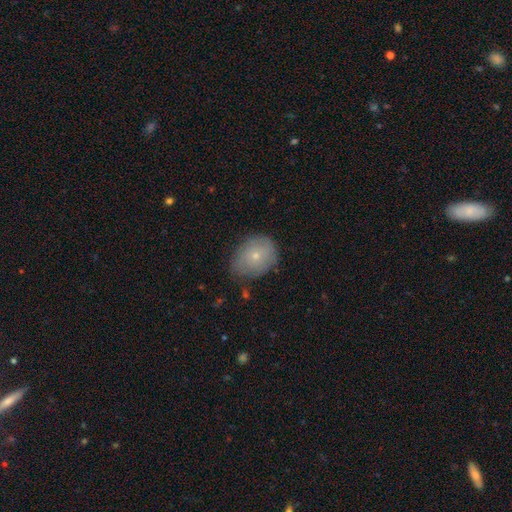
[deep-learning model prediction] smooth-or-featured: smooth: 67% | featured or disk: 24% | star or artifact: 8%
  how-rounded: round: 54% | in between: 45% | cigar-shaped: 1%
  merging: none: 64% | minor disturbance: 28% | major disturbance: 6% | merger: 2%